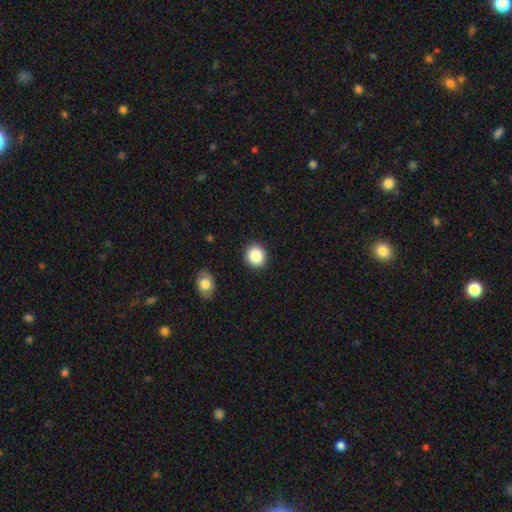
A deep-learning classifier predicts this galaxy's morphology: Smooth or featured? smooth (87%)
How rounded? round (75%)
Merging? none (89%)